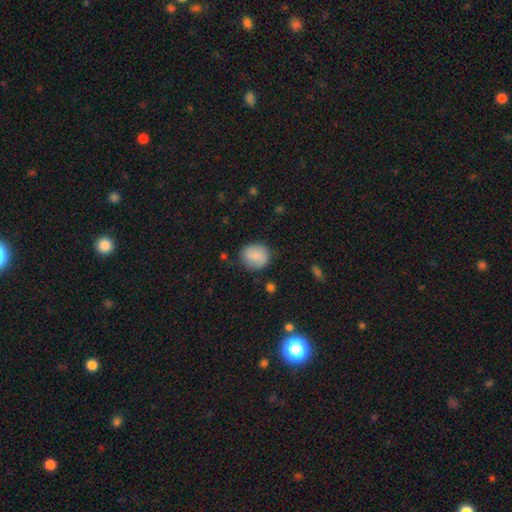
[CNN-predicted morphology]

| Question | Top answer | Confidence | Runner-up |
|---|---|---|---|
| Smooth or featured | smooth | 79% | featured or disk (14%) |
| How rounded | round | 71% | in between (27%) |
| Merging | none | 77% | minor disturbance (17%) |